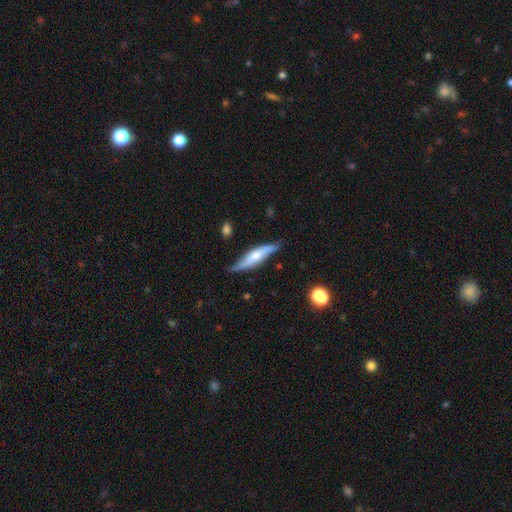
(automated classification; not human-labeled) smooth-or-featured: featured or disk: 49% | smooth: 46% | star or artifact: 6%
  merging: none: 69% | minor disturbance: 24% | major disturbance: 4% | merger: 2%